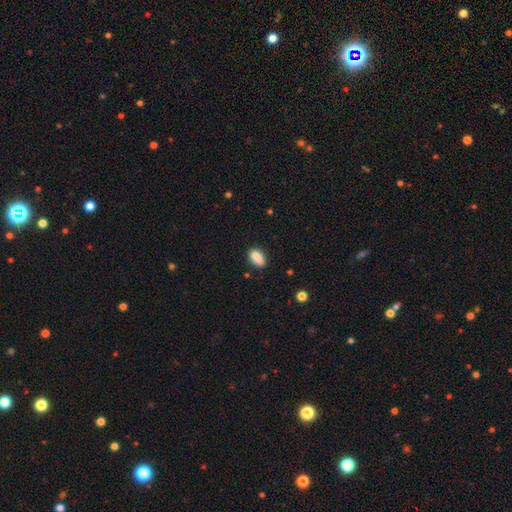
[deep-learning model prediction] This appears to be a smooth galaxy with no disk features (84%) that is in between round and cigar-shaped (86%). Merging: none (69%).